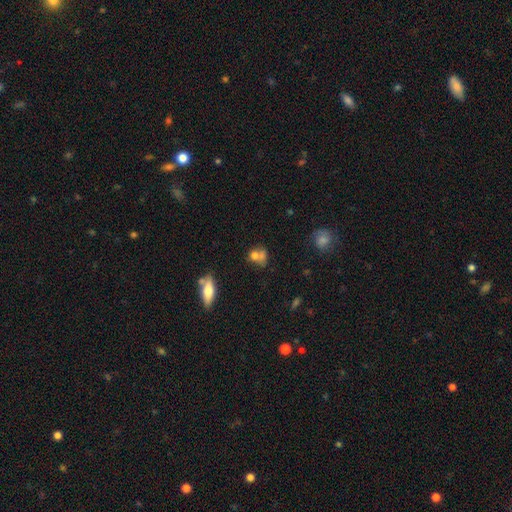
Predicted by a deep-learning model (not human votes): Overall: smooth (70%). How rounded: round (59%; in between 38%). Merging: merger (45%; none 36%).